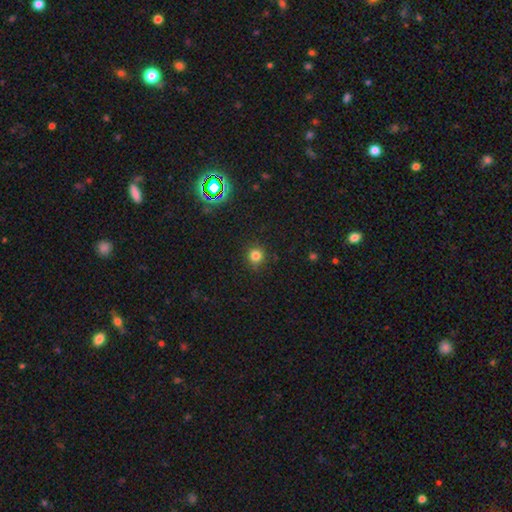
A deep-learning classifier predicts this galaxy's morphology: Smooth or featured?
  - smooth: 79% *
  - star or artifact: 15%
  - featured or disk: 5%
How rounded?
  - round: 93% *
  - in between: 6%
  - cigar-shaped: 1%
Merging?
  - none: 88% *
  - minor disturbance: 8%
  - major disturbance: 3%
  - merger: 1%